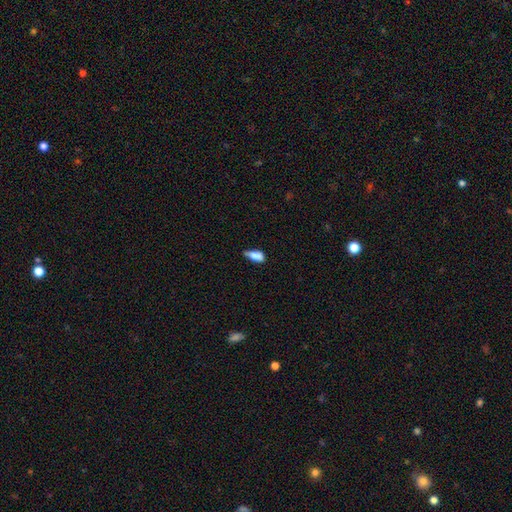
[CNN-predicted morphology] Smooth or featured? Predicted: smooth (p=0.78). How rounded? Predicted: in between (p=0.81). Merging? Predicted: minor disturbance (p=0.38).